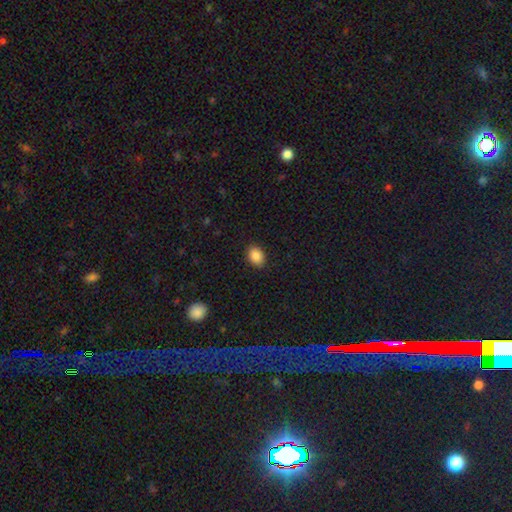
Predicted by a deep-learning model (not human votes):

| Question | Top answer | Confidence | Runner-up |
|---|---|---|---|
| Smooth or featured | smooth | 88% | star or artifact (8%) |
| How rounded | in between | 66% | round (33%) |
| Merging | none | 88% | minor disturbance (9%) |